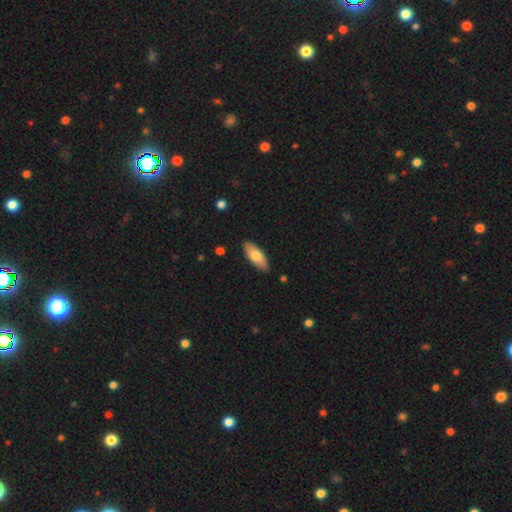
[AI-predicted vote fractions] Smooth or featured?
  - smooth: 72% *
  - featured or disk: 22%
  - star or artifact: 5%
How rounded?
  - in between: 79% *
  - cigar-shaped: 19%
  - round: 2%
Merging?
  - none: 88% *
  - minor disturbance: 9%
  - major disturbance: 2%
  - merger: 1%